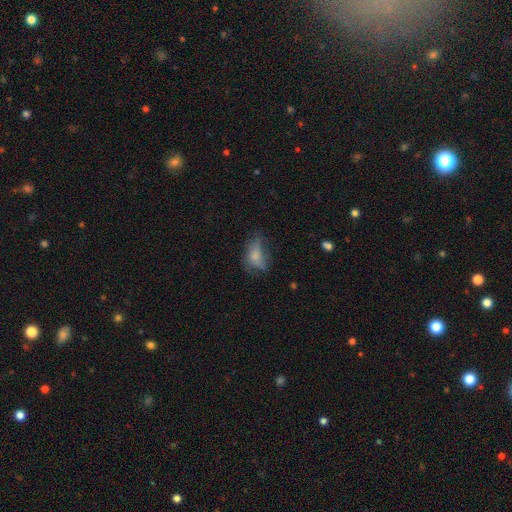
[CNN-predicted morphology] A smooth galaxy with no disk features (61%) that is in between round and cigar-shaped (82%).

Vote fractions:
- Smooth or featured? smooth: 61% / featured or disk: 27% / star or artifact: 12%
- How rounded? in between: 82% / round: 12% / cigar-shaped: 6%
- Merging? none: 37% / major disturbance: 31% / minor disturbance: 29% / merger: 3%